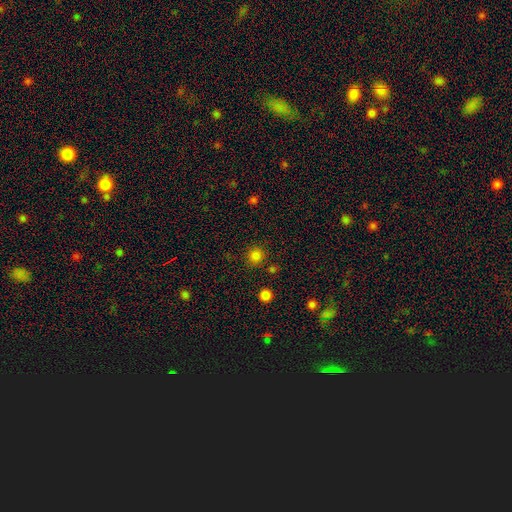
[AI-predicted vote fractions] Smooth or featured? smooth (81%)
How rounded? round (92%)
Merging? none (86%)